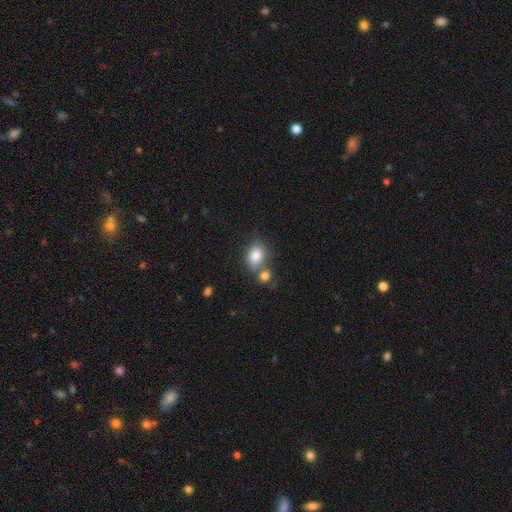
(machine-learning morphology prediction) Smooth or featured? smooth (81%)
How rounded? in between (71%)
Merging? none (49%)